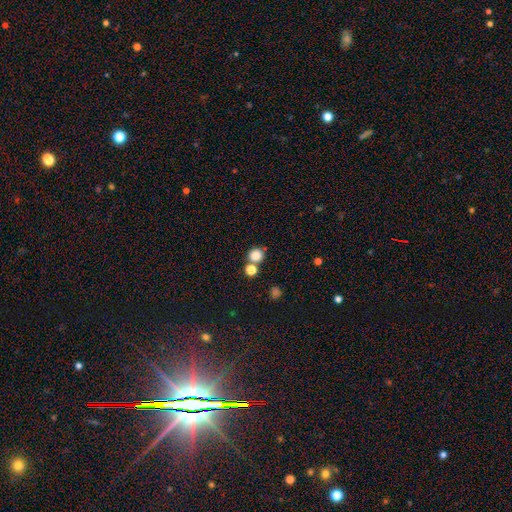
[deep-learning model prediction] Smooth or featured?
  - smooth: 82% *
  - star or artifact: 13%
  - featured or disk: 5%
How rounded?
  - round: 89% *
  - in between: 10%
  - cigar-shaped: 1%
Merging?
  - none: 66% *
  - merger: 23%
  - minor disturbance: 8%
  - major disturbance: 3%